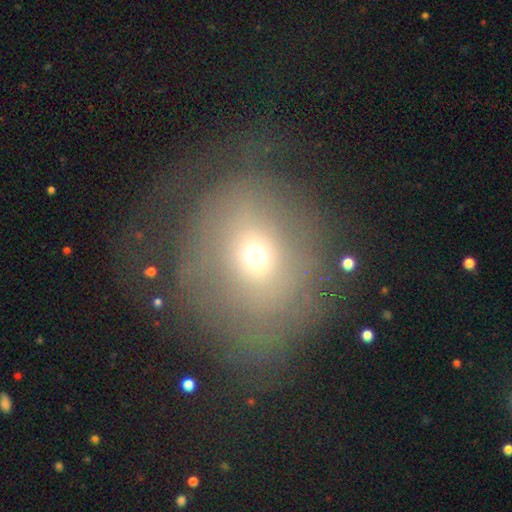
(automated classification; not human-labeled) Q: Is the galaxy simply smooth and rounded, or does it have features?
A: smooth — 54%.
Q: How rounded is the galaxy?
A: round — 78%.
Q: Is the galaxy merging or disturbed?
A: major disturbance — 41%.